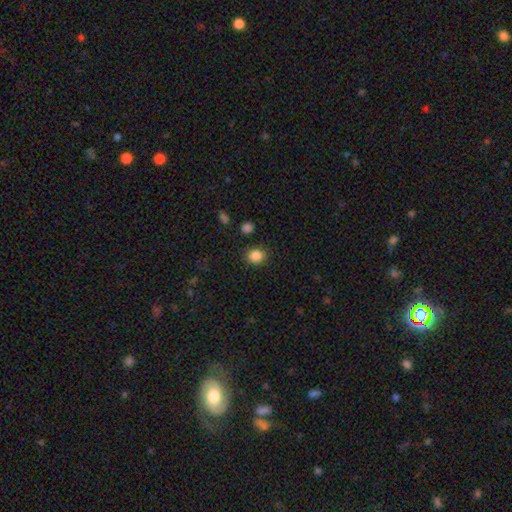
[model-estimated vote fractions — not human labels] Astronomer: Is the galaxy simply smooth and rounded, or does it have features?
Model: smooth — 85%.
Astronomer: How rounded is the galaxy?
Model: round — 75%.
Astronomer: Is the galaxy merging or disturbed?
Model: none — 88%.